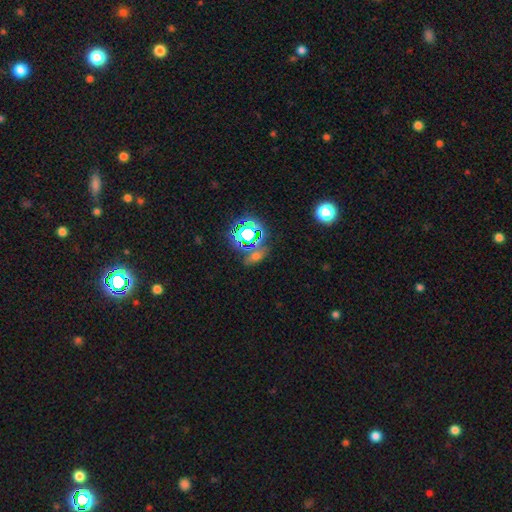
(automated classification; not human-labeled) smooth-or-featured: star or artifact: 63% | smooth: 25% | featured or disk: 12%